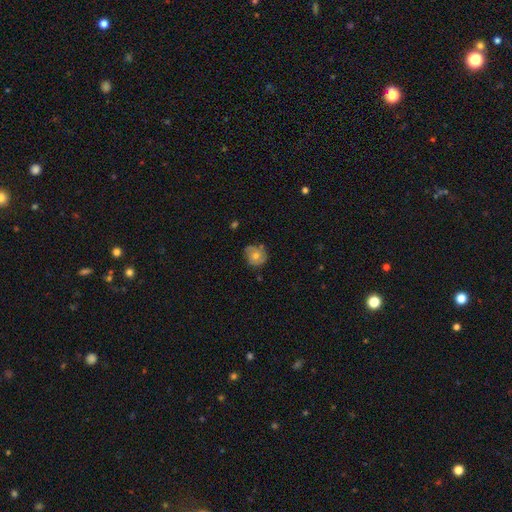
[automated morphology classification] Smooth or featured? featured or disk (50%)
Merging? none (70%)